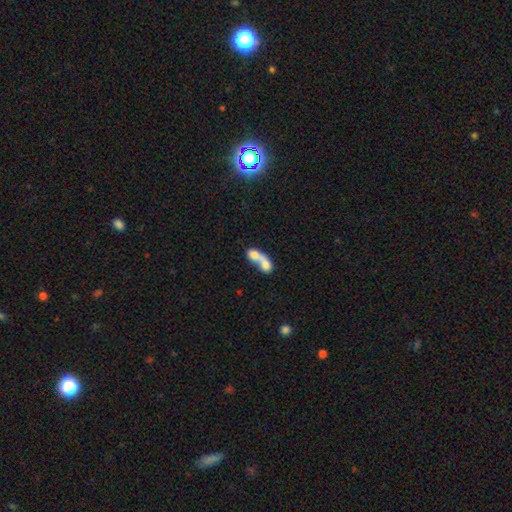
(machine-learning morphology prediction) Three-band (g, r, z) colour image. It shows a smooth galaxy with no disk features (68%) that is in between round and cigar-shaped (58%). Merging: merger (79%).